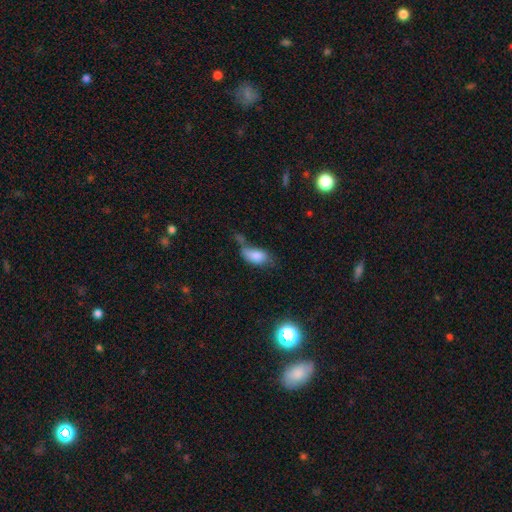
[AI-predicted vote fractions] This appears to be a smooth galaxy with no disk features (79%) that is in between round and cigar-shaped (90%). Merging: none (28%).